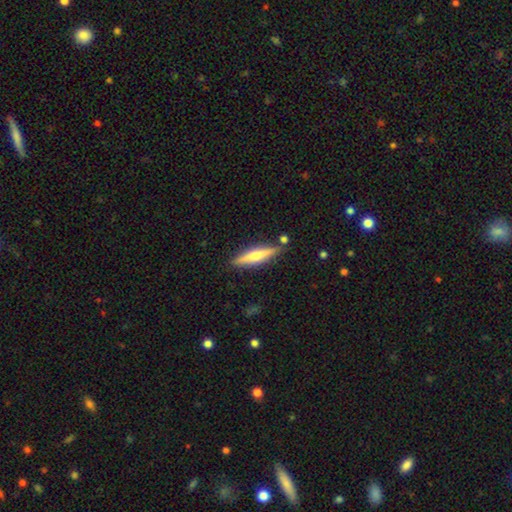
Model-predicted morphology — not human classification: Overall: featured or disk (52%; smooth 42%). Edge-on disk: yes (96%). Edge-on bulge: rounded (82%). Merging: none (85%).